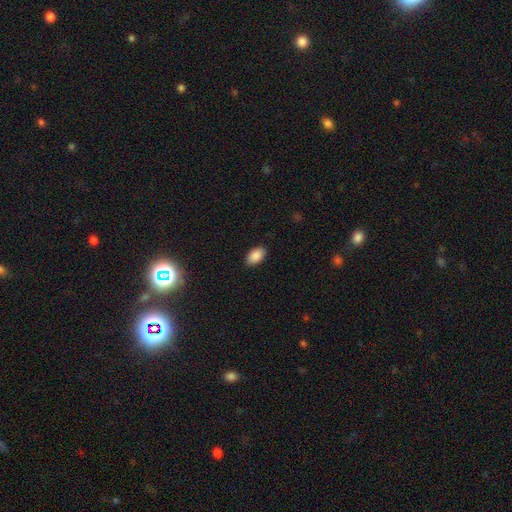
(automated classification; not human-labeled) The model was most divided on "merging": none: 88%, minor disturbance: 9%, major disturbance: 2%, merger: 1%. More confident: how rounded — in between (93%); smooth or featured — smooth (89%).